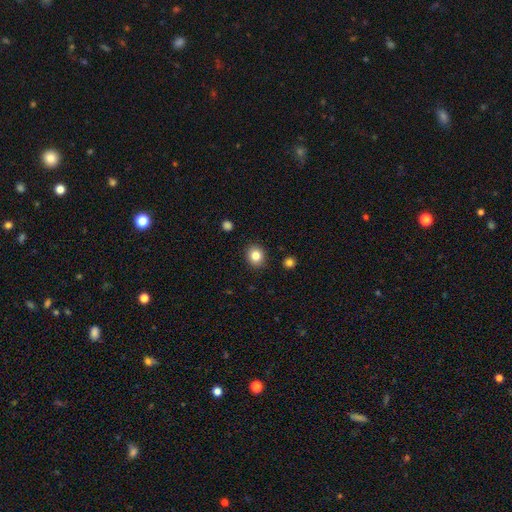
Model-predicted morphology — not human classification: Overall: smooth (83%). How rounded: round (77%). Merging: none (90%).